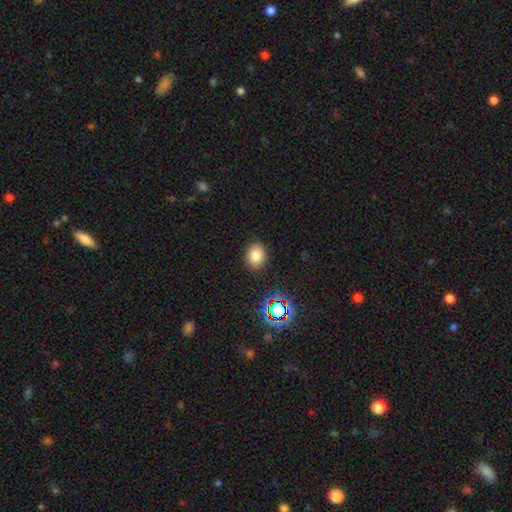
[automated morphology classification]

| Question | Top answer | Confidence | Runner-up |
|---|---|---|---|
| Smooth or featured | smooth | 79% | star or artifact (14%) |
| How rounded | round | 53% | in between (46%) |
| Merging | none | 89% | minor disturbance (7%) |